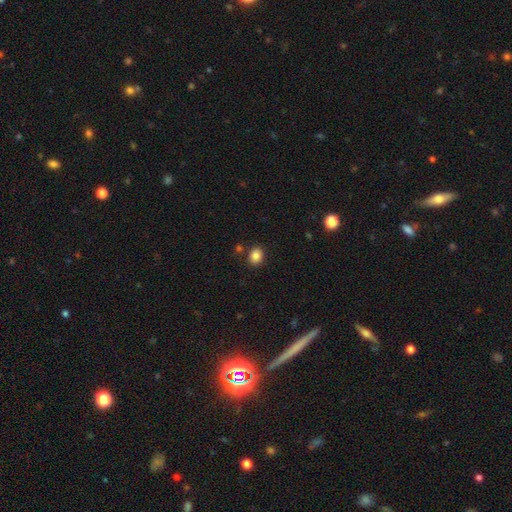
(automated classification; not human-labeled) Q: Smooth or featured?
A: smooth (85%); runner-up: star or artifact (10%)
Q: How rounded?
A: round (58%); runner-up: in between (41%)
Q: Merging?
A: none (83%); runner-up: minor disturbance (9%)